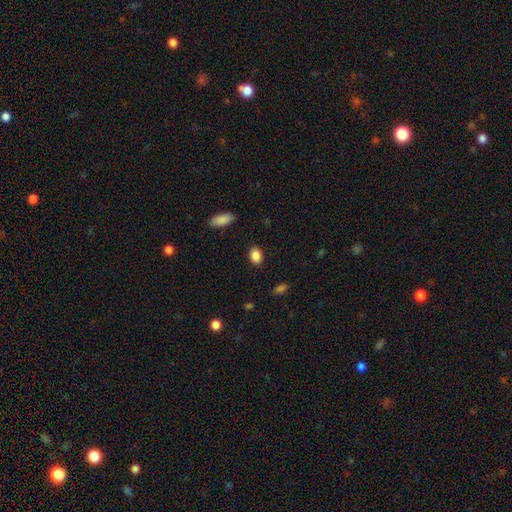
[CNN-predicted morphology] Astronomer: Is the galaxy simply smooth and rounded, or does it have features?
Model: smooth — 88%.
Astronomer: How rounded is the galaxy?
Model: in between — 78%.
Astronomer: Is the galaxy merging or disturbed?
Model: none — 88%.